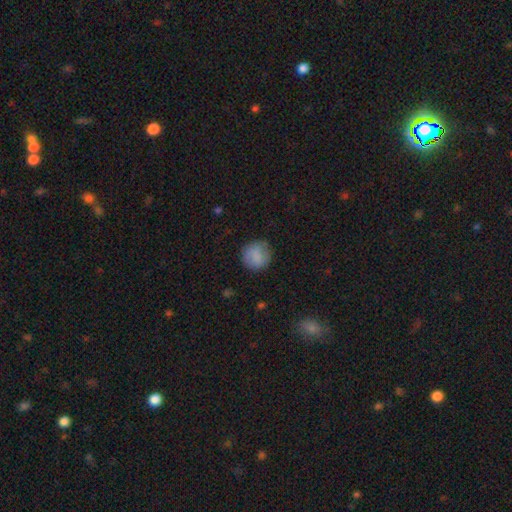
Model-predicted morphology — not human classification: type=smooth (82%); roundness=round (90%); merging=none (79%).